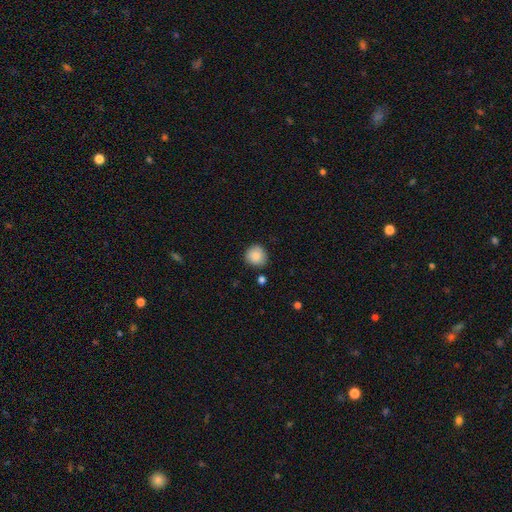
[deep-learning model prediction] Morphology: type=smooth (87%); roundness=round (92%); merging=none (83%).